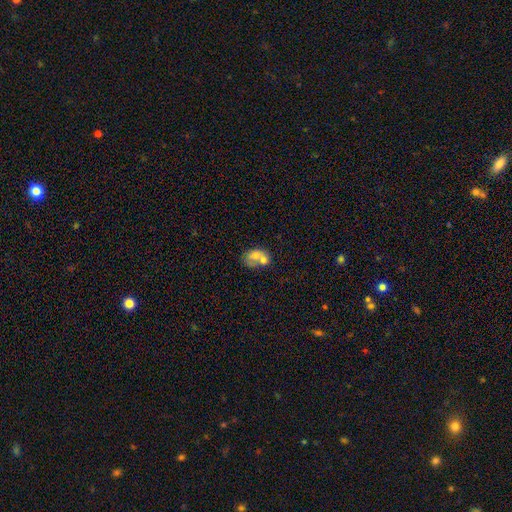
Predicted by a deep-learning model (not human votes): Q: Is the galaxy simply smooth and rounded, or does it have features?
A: smooth — 57%.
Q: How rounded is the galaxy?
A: in between — 71%.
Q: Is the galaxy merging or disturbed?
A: merger — 53%.